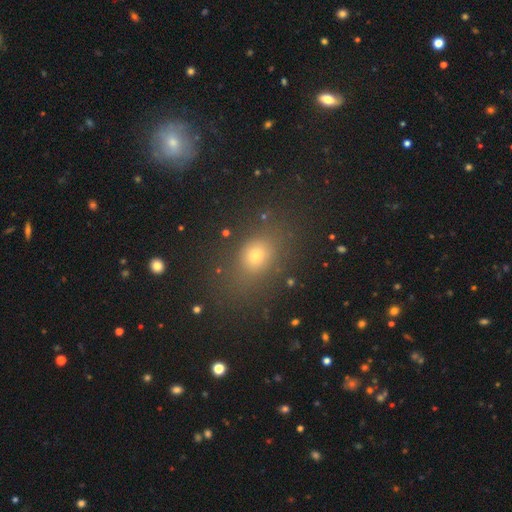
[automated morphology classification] smooth_or_featured: smooth (p=0.70) [alt: star or artifact p=0.20]
how_rounded: in between (p=0.55) [alt: round p=0.43]
merging: none (p=0.80) [alt: minor disturbance p=0.12]